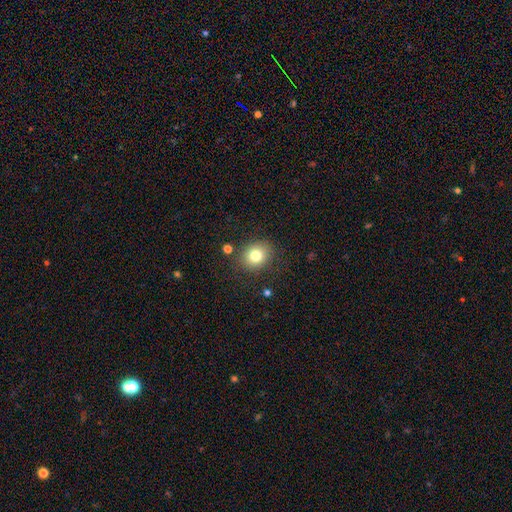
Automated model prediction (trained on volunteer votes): smooth 80%, star or artifact 11%, featured or disk 9%. Down the decision tree: how rounded — round (66%); merging — none (83%).